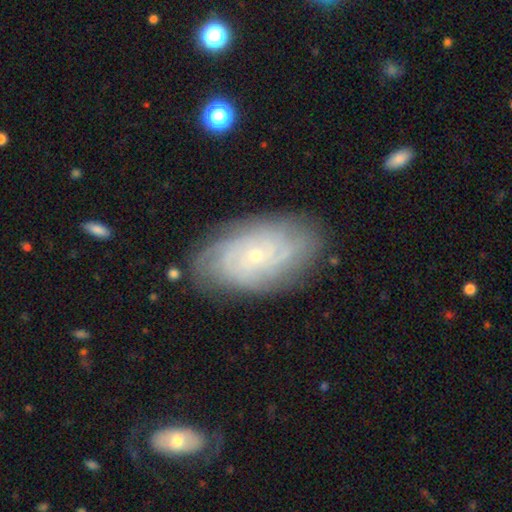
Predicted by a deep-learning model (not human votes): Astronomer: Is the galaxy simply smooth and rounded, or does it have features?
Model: featured or disk — 79%.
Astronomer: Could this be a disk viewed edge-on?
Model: no — 95%.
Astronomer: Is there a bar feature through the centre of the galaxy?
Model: no — 80%.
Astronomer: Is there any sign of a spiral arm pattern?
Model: yes — 93%.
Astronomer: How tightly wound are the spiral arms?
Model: tight — 75%.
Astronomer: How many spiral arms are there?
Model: can't tell — 43% (runner-up: 4, 19%).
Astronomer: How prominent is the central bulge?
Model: small — 82%.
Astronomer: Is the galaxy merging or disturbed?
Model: none — 80%.